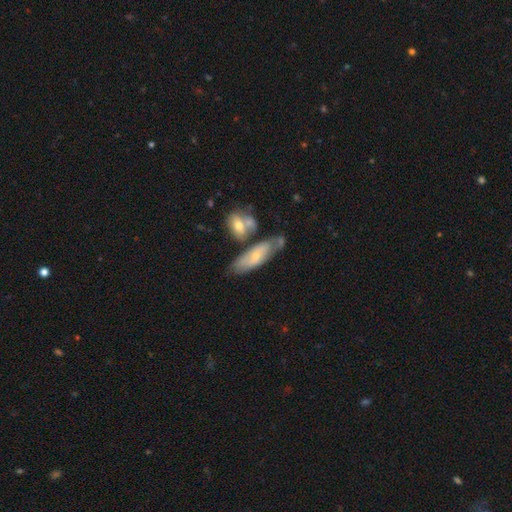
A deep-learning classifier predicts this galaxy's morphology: smooth 51%, featured or disk 44%, star or artifact 6%. Down the decision tree: how rounded — in between (58%); merging — none (47%).